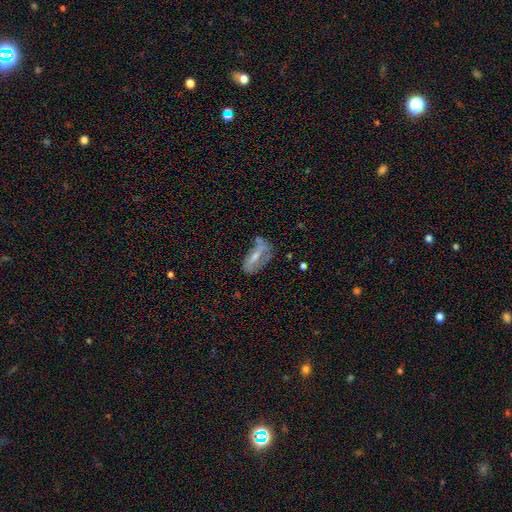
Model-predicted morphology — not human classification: type=featured or disk (52%); edge-on=no (81%); merging=none (40%).